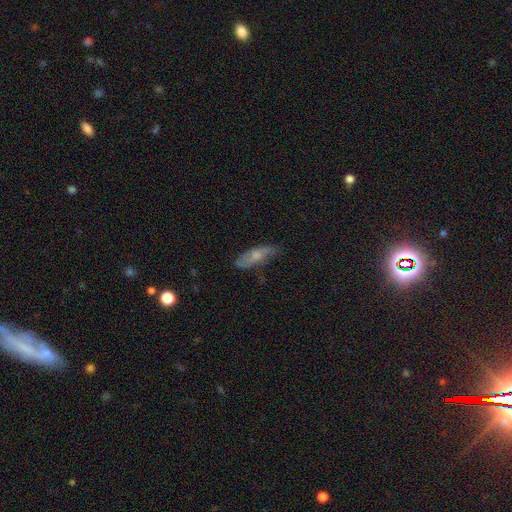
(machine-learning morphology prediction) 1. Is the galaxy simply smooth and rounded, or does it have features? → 56% smooth, 36% featured or disk, 8% star or artifact.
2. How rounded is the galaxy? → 54% in between, 43% cigar-shaped, 3% round.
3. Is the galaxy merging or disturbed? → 64% none, 26% minor disturbance, 8% major disturbance, 2% merger.